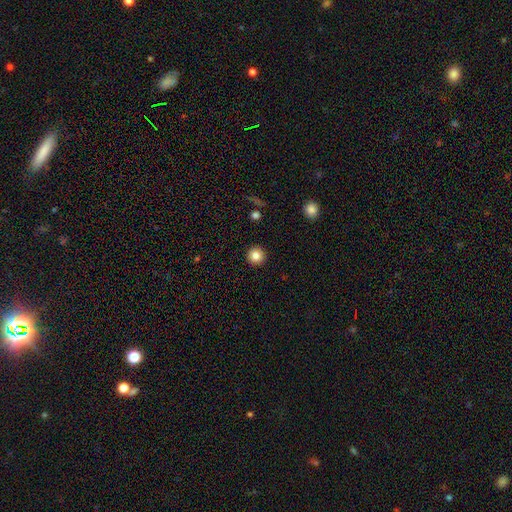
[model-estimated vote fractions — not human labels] A smooth galaxy with no disk features (84%) that is round (96%). Merging: none (94%).